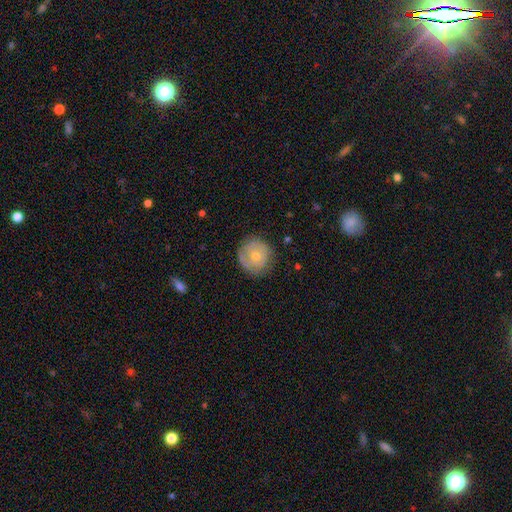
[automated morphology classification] Q: Smooth or featured?
A: smooth (57%); runner-up: featured or disk (36%)
Q: How rounded?
A: round (91%); runner-up: in between (8%)
Q: Merging?
A: none (74%); runner-up: minor disturbance (19%)